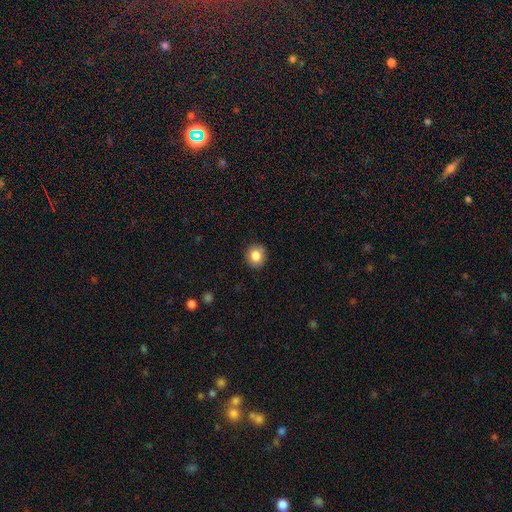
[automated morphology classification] This is clearly a smooth galaxy (84%). How rounded: clearly round (87%). Merging: clearly none (90%).